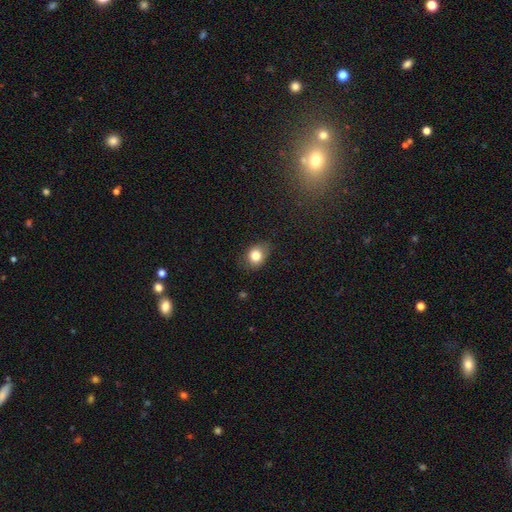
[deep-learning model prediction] Overall: smooth (80%). How rounded: in between (53%; round 46%). Merging: none (74%).